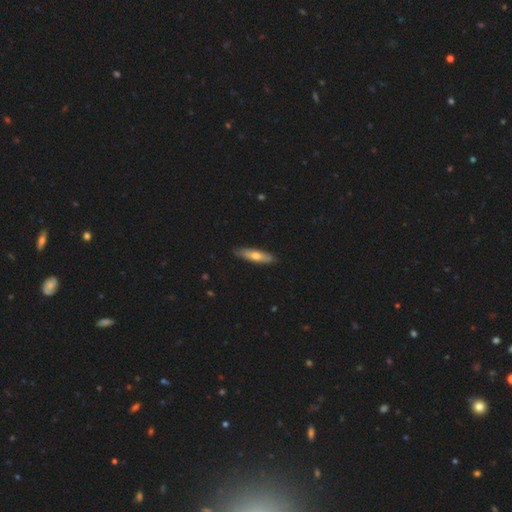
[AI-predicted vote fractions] A smooth galaxy with no disk features (59%) that is cigar-shaped (70%).

Vote fractions:
- Smooth or featured? smooth: 59% / featured or disk: 36% / star or artifact: 5%
- How rounded? cigar-shaped: 70% / in between: 28% / round: 2%
- Merging? none: 86% / minor disturbance: 11% / major disturbance: 2% / merger: 1%